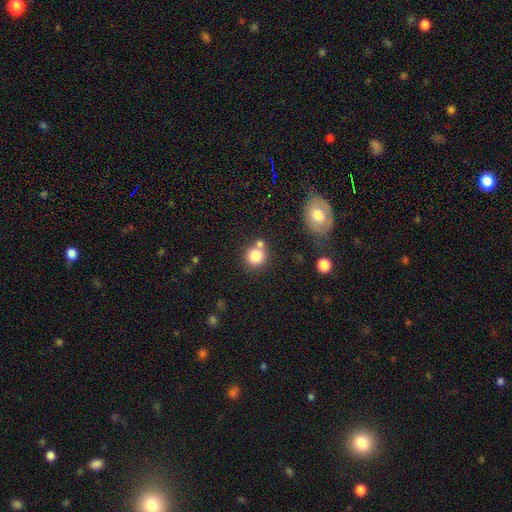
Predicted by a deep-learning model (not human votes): This is clearly a smooth galaxy (82%). How rounded: clearly round (88%). Merging: likely none (61%).